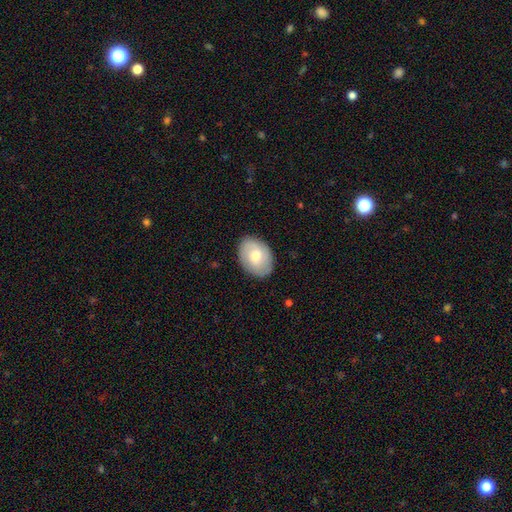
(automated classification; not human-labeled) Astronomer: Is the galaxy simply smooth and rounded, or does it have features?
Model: smooth — 60%.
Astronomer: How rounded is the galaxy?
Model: in between — 76%.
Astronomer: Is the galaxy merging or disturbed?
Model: none — 85%.